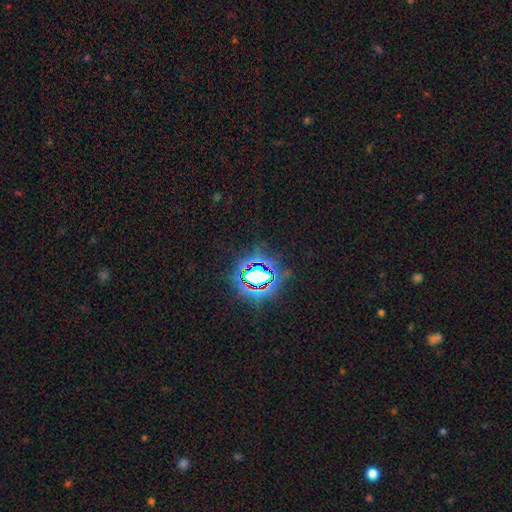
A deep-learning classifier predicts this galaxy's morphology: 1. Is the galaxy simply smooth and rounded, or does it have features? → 81% star or artifact, 12% smooth, 7% featured or disk.